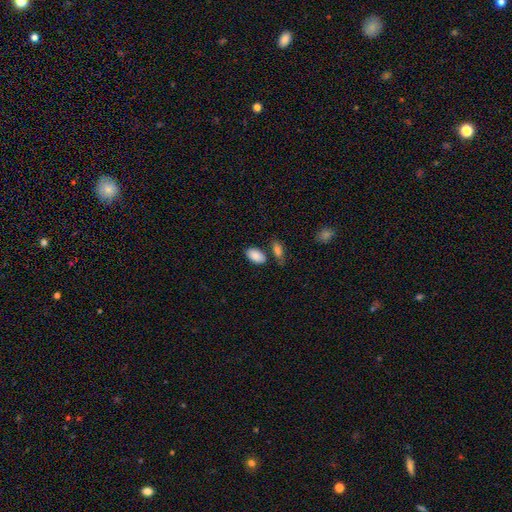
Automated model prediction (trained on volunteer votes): Smooth or featured?
  - smooth: 89% *
  - star or artifact: 6%
  - featured or disk: 5%
How rounded?
  - in between: 94% *
  - round: 4%
  - cigar-shaped: 2%
Merging?
  - none: 71% *
  - minor disturbance: 14%
  - merger: 12%
  - major disturbance: 4%